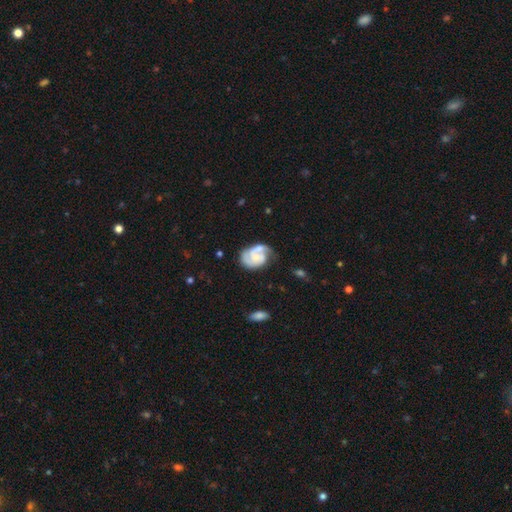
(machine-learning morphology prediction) featured or disk 77%, smooth 18%, star or artifact 6%. Down the decision tree: edge-on disk — no (98%); bar — no (61%); spiral arms — yes (92%); spiral arm count — 2 (55%); spiral winding — tight (42%); bulge size — small (46%); merging — none (46%).